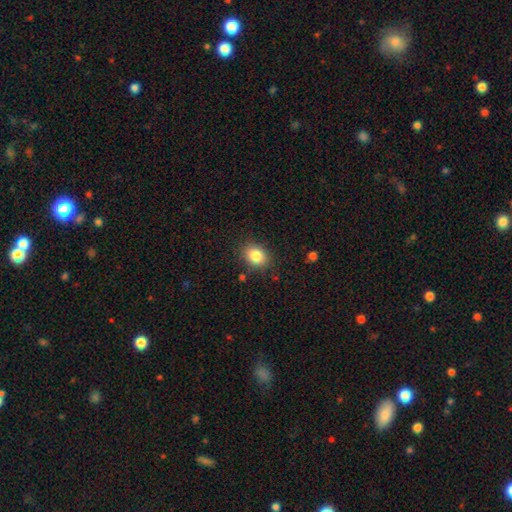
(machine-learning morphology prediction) This appears to be a smooth galaxy with no disk features (85%) that is in between round and cigar-shaped (57%). Merging: none (85%).